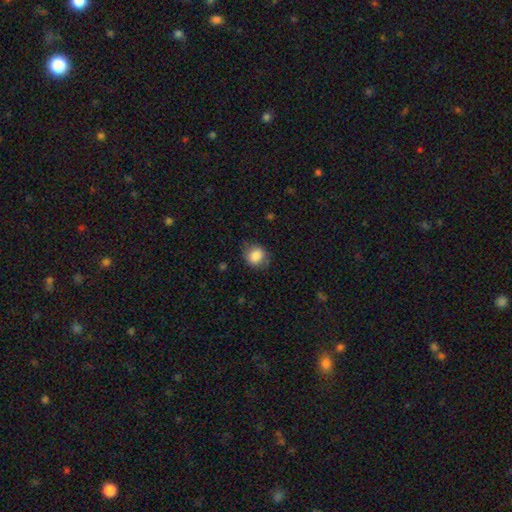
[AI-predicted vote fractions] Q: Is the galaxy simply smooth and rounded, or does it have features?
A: smooth — 86%.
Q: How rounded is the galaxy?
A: round — 74%.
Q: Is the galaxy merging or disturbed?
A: none — 75%.